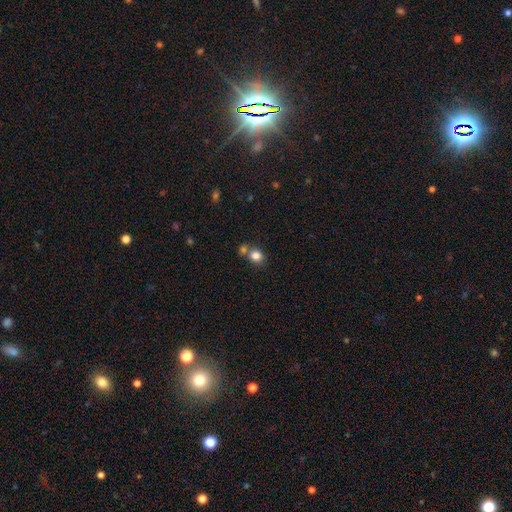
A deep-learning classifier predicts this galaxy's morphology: Smooth or featured? Predicted: smooth (p=0.83). How rounded? Predicted: round (p=0.74). Merging? Predicted: none (p=0.55).